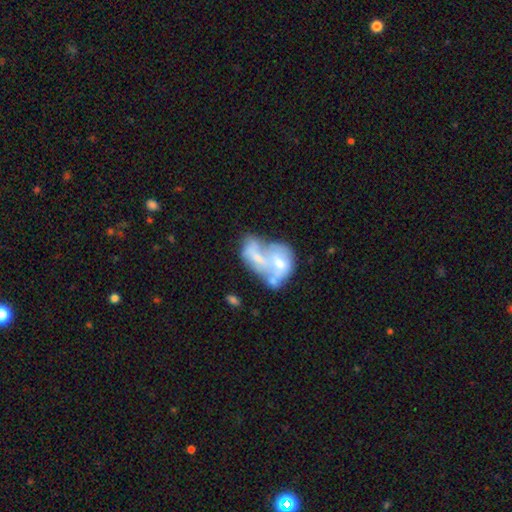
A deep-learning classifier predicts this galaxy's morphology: This is possibly a featured or disk galaxy (51%). It is clearly not viewed edge-on (97%). Merging: possibly merger (60%).